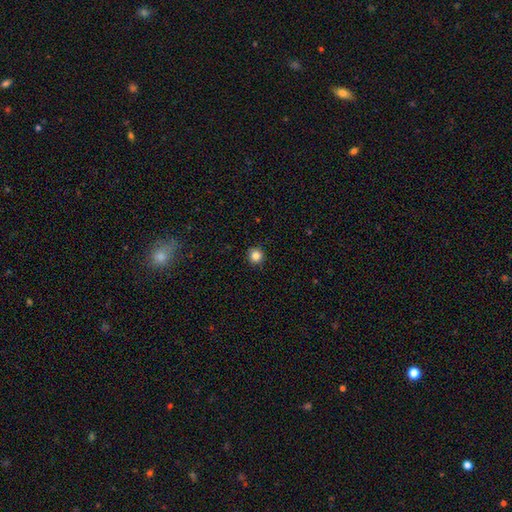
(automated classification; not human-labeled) Overall: smooth (85%). How rounded: round (95%). Merging: none (92%).